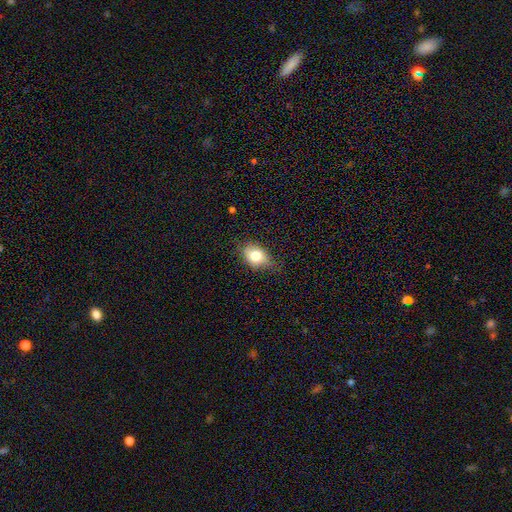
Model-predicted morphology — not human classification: smooth 73%, featured or disk 17%, star or artifact 10%. Down the decision tree: how rounded — in between (72%); merging — none (70%).